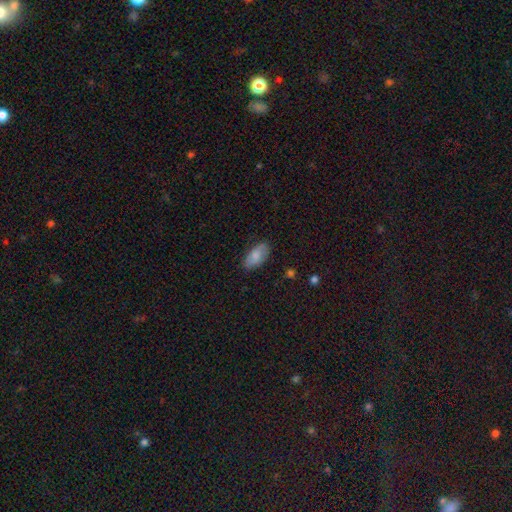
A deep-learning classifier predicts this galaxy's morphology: smooth-or-featured: smooth: 81% | featured or disk: 13% | star or artifact: 7%
  how-rounded: in between: 92% | cigar-shaped: 6% | round: 2%
  merging: none: 79% | minor disturbance: 17% | major disturbance: 3% | merger: 1%